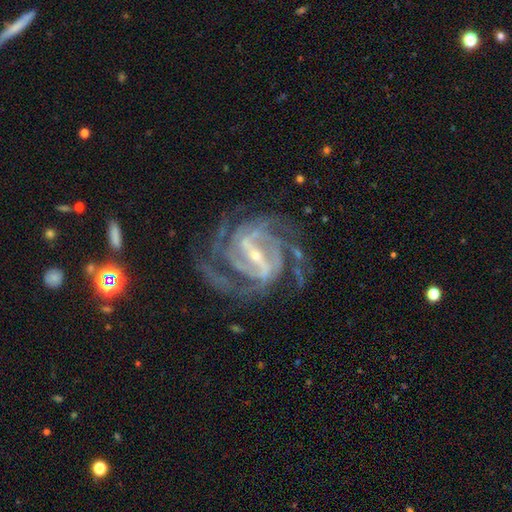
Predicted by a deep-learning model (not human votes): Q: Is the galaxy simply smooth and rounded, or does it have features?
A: featured or disk — 93%.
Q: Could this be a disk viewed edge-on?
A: no — 97%.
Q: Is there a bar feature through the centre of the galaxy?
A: strong — 71%.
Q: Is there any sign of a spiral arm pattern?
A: yes — 98%.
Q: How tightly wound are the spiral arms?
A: tight — 49%.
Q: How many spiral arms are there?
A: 4 — 28%, tied with 3.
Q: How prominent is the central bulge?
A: small — 76%.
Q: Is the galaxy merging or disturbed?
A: none — 70%.